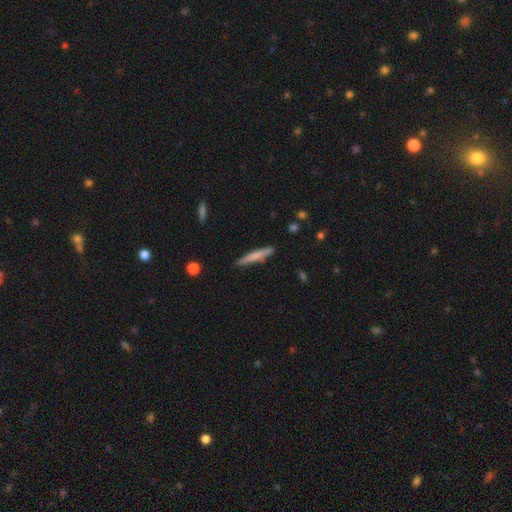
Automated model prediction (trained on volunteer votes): Smooth or featured? smooth (62%)
How rounded? cigar-shaped (94%)
Merging? none (86%)